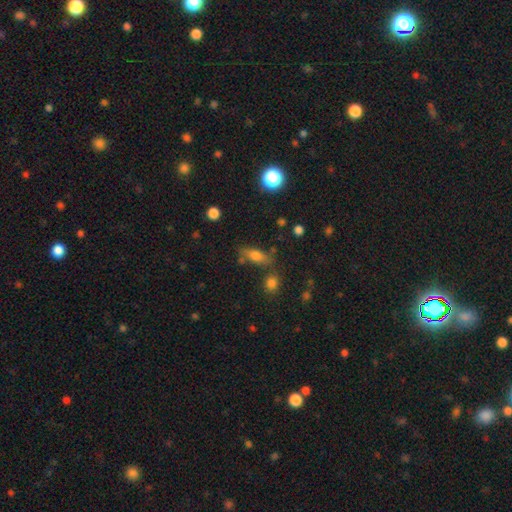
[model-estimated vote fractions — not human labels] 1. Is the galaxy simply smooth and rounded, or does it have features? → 63% smooth, 24% featured or disk, 14% star or artifact.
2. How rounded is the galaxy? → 62% in between, 30% cigar-shaped, 8% round.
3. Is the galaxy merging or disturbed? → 70% none, 16% minor disturbance, 9% merger, 6% major disturbance.